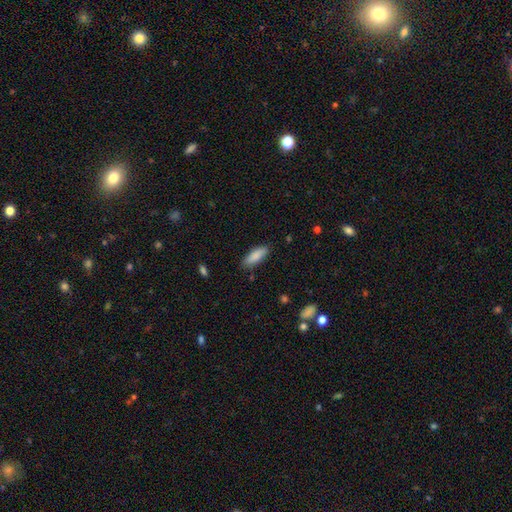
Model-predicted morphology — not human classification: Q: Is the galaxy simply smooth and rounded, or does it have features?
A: smooth — 87%.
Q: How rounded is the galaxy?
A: in between — 61%.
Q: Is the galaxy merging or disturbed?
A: none — 84%.